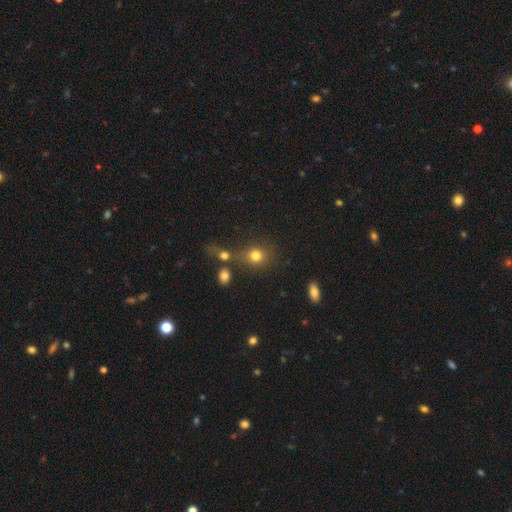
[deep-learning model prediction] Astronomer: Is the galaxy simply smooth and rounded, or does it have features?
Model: smooth — 77%.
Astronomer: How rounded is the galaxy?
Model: round — 78%.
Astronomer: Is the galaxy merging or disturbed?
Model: none — 55%.